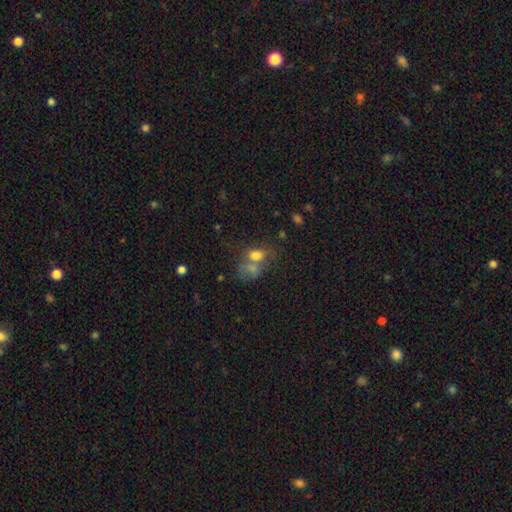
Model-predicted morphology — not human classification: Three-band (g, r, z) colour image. It shows a smooth galaxy with no disk features (71%) that is in between round and cigar-shaped (76%). Merging: merger (51%).